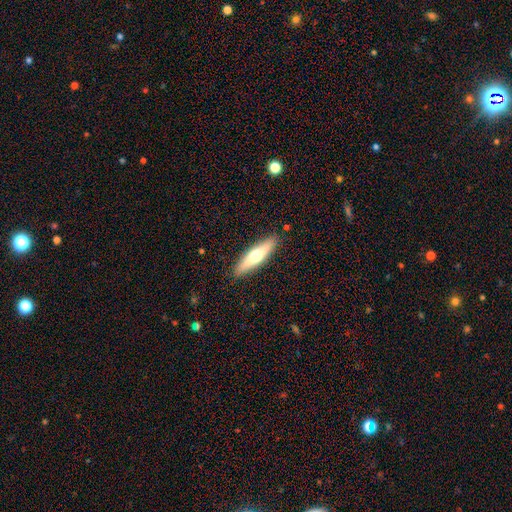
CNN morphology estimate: Overall: smooth (56%; featured or disk 38%). How rounded: cigar-shaped (74%). Merging: none (89%).